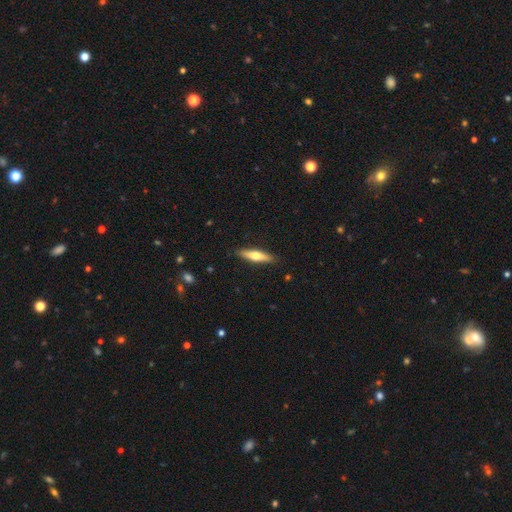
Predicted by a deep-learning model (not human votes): smooth 53%, featured or disk 42%, star or artifact 5%. Down the decision tree: how rounded — cigar-shaped (77%); merging — none (89%).